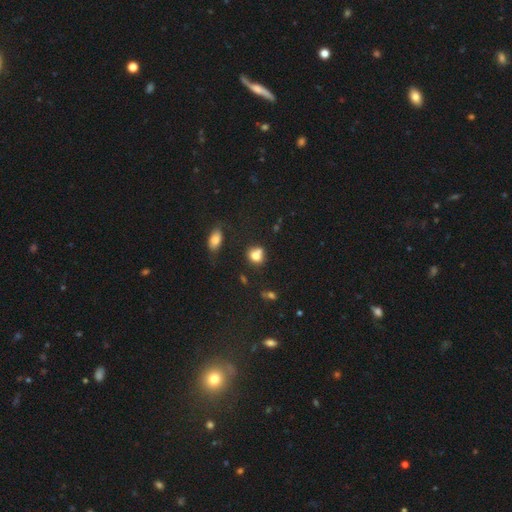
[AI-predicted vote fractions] Q: Smooth or featured?
A: smooth (76%); runner-up: star or artifact (12%)
Q: How rounded?
A: round (68%); runner-up: in between (31%)
Q: Merging?
A: none (48%); runner-up: merger (31%)